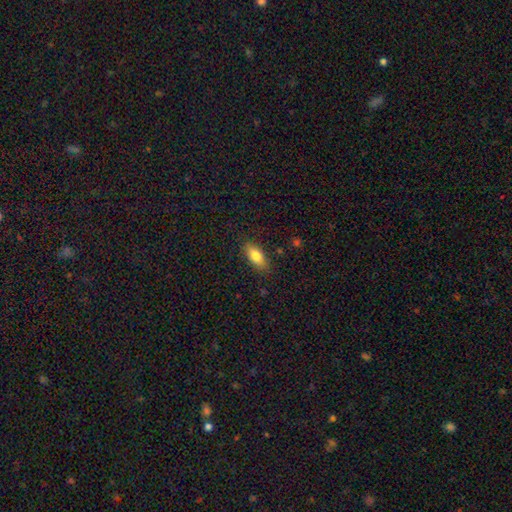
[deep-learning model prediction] Smooth or featured?
  - smooth: 79% *
  - featured or disk: 14%
  - star or artifact: 7%
How rounded?
  - in between: 83% *
  - cigar-shaped: 14%
  - round: 3%
Merging?
  - none: 86% *
  - minor disturbance: 11%
  - major disturbance: 2%
  - merger: 1%